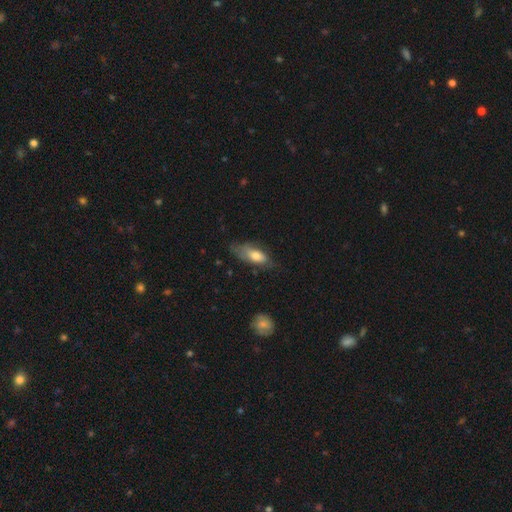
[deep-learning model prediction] smooth_or_featured: smooth (p=0.66) [alt: featured or disk p=0.27]
how_rounded: in between (p=0.79) [alt: cigar-shaped p=0.19]
merging: none (p=0.51) [alt: minor disturbance p=0.33]